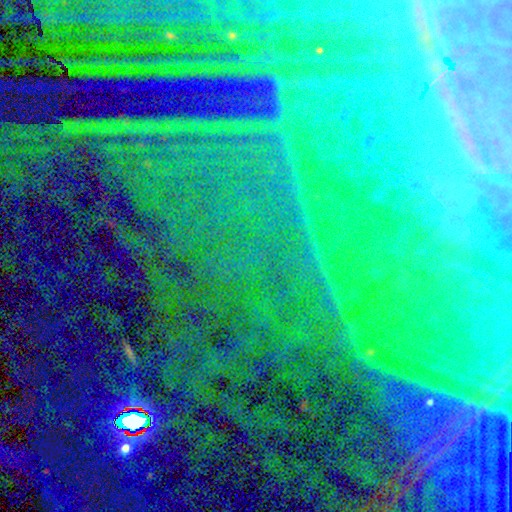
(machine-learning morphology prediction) Q: Smooth or featured?
A: star or artifact (82%); runner-up: featured or disk (10%)